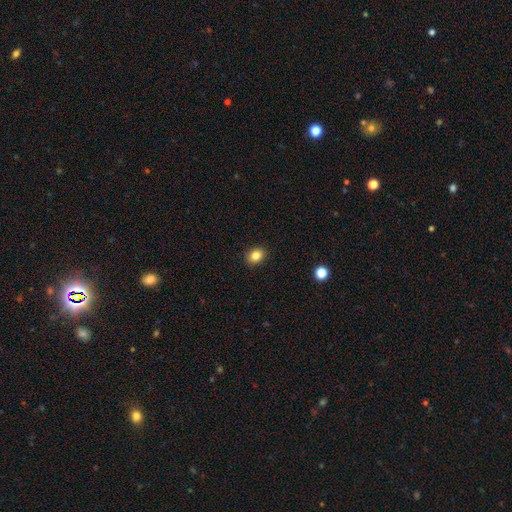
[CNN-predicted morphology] Smooth or featured? Predicted: smooth (p=0.83). How rounded? Predicted: in between (p=0.52). Merging? Predicted: none (p=0.90).